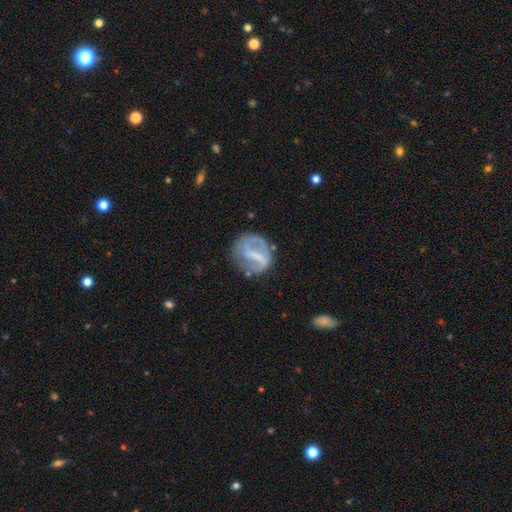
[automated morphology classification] Smooth or featured? featured or disk (63%)
Edge-on disk? no (95%)
Bar? strong (57%)
Spiral arms? no (56%)
Bulge size? none (43%)
Merging? none (59%)